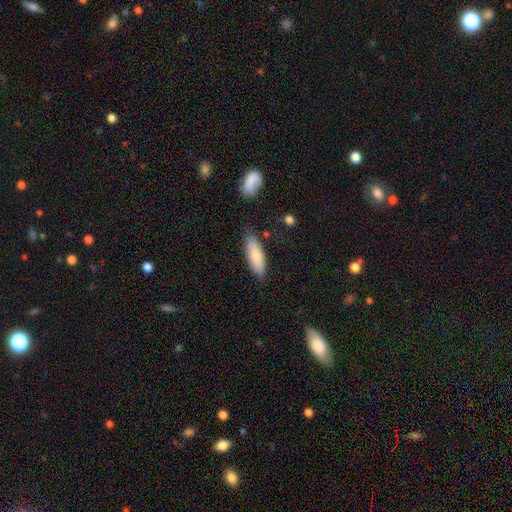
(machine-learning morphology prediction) Smooth or featured: smooth — 82% (featured or disk — 13%)
How rounded: in between — 55% (cigar-shaped — 44%)
Merging: none — 81% (minor disturbance — 14%)